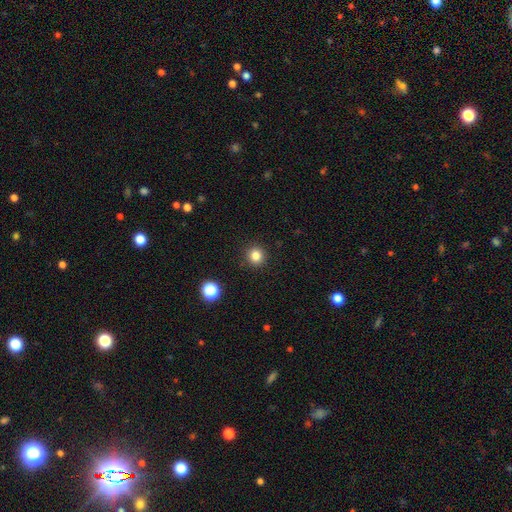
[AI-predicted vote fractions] smooth_or_featured: smooth (p=0.82) [alt: star or artifact p=0.13]
how_rounded: round (p=0.91) [alt: in between p=0.08]
merging: none (p=0.92) [alt: minor disturbance p=0.05]